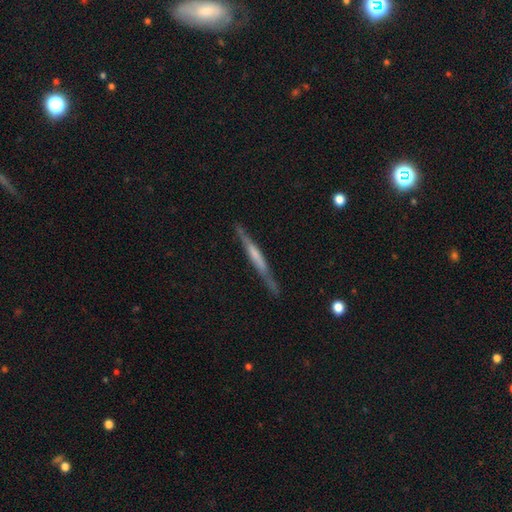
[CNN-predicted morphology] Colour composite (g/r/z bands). It shows a featured or disk galaxy (62%) viewed edge-on (95%) with no central bulge (51%). Merging: none (82%).